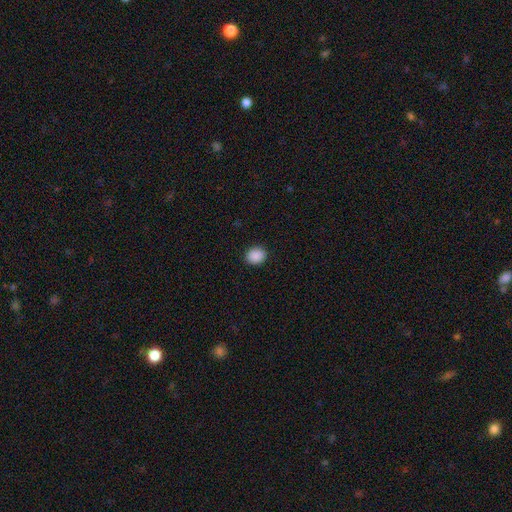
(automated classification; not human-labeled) A smooth galaxy with no disk features (90%) that is round (64%).

Vote fractions:
- Smooth or featured? smooth: 90% / star or artifact: 8% / featured or disk: 2%
- How rounded? round: 64% / in between: 35% / cigar-shaped: 1%
- Merging? none: 91% / minor disturbance: 6% / major disturbance: 2% / merger: 1%